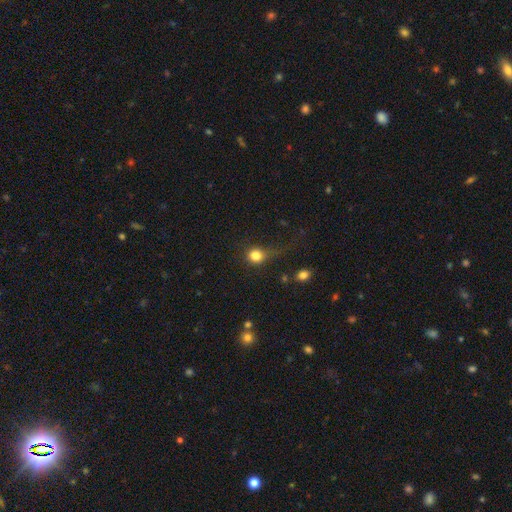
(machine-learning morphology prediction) Smooth or featured? Predicted: smooth (p=0.80). How rounded? Predicted: round (p=0.81). Merging? Predicted: none (p=0.46).